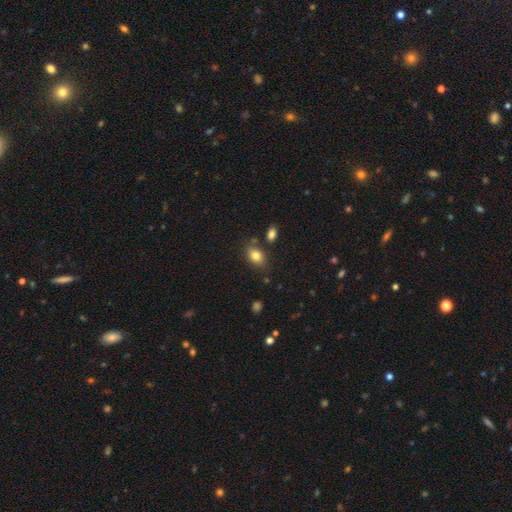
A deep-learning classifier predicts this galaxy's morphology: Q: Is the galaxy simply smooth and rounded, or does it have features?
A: smooth — 81%.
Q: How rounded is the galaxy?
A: in between — 78%.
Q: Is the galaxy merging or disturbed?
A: none — 75%.